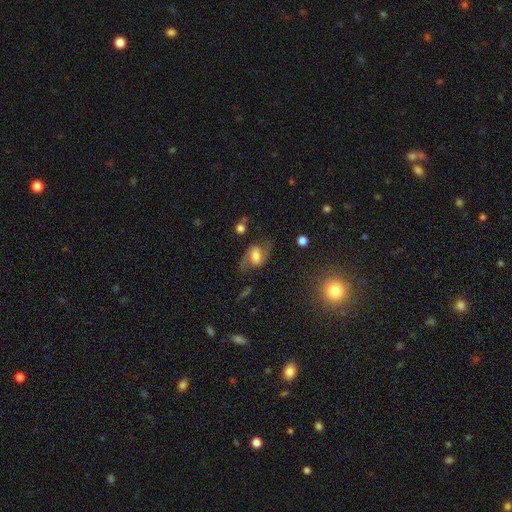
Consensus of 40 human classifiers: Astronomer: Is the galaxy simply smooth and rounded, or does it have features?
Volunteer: featured or disk — 55% (runner-up: smooth, 40%).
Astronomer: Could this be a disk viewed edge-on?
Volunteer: no — 95%.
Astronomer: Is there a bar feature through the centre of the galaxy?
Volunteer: no — 38% (runner-up: strong, 33%).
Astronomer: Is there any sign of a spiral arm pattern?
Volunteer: yes — 86%.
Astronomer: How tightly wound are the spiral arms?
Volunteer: loose — 61%.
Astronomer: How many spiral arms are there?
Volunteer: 2 — 94%.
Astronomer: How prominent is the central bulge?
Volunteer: large — 43% (runner-up: moderate, 38%).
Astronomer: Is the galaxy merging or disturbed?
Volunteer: none — 58%.